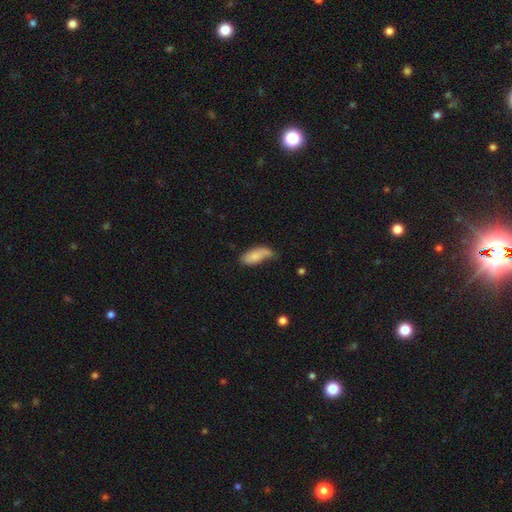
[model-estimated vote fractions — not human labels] A smooth galaxy with no disk features (79%) that is in between round and cigar-shaped (83%). Merging: none (42%).